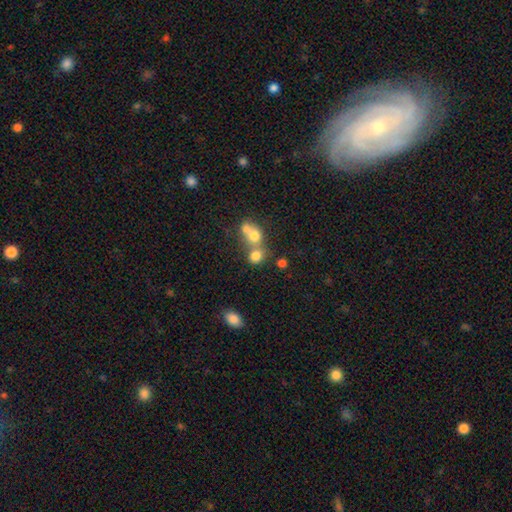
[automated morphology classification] smooth 73%, featured or disk 14%, star or artifact 13%. Down the decision tree: how rounded — round (74%); merging — merger (54%).